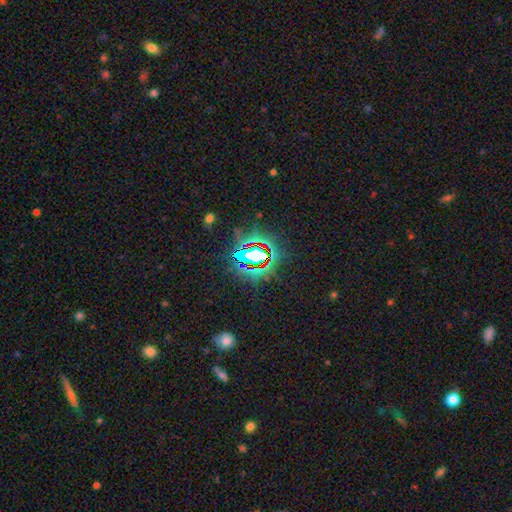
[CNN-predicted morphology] Overall: star or artifact (76%).